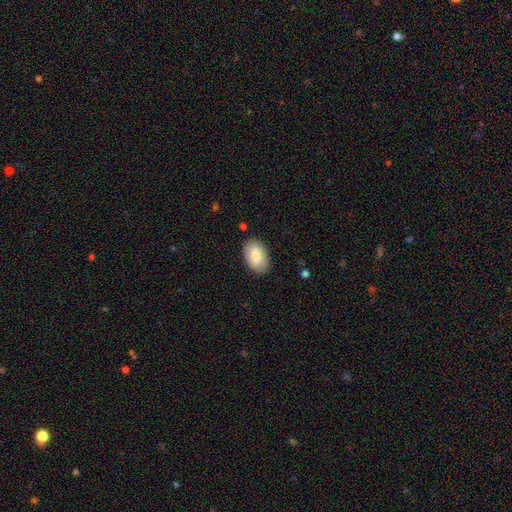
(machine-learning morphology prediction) This appears to be a smooth galaxy with no disk features (81%) that is in between round and cigar-shaped (93%). Merging: none (85%).